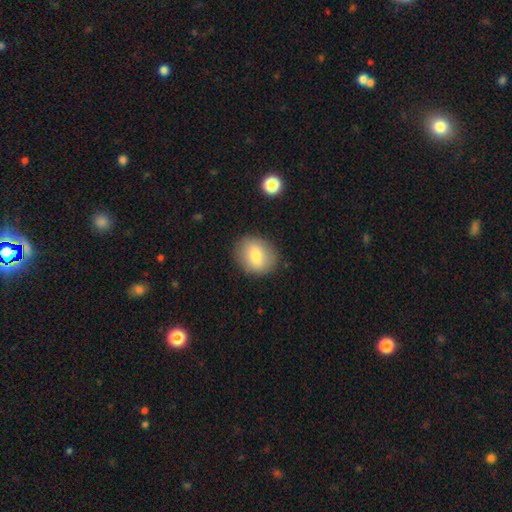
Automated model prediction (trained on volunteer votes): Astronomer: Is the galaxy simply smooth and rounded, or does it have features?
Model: smooth — 76%.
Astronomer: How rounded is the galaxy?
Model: round — 58% (runner-up: in between, 41%).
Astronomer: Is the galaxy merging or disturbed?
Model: none — 85%.